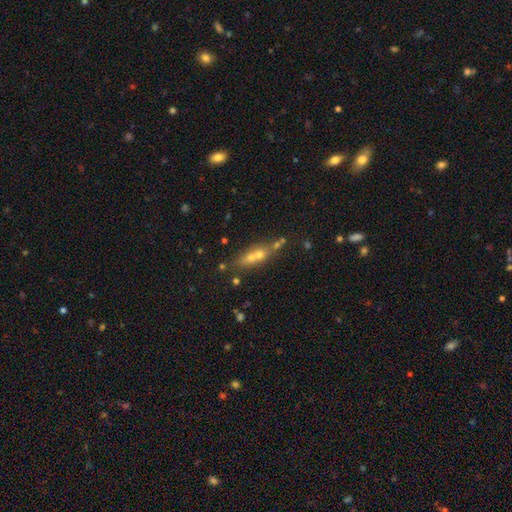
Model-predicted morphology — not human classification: This appears to be a smooth galaxy with no disk features (51%) that is in between round and cigar-shaped (44%). Merging: merger (48%).